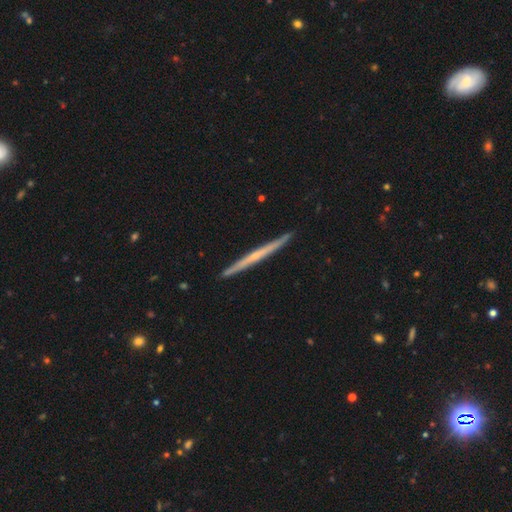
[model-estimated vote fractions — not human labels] Morphology: type=featured or disk (72%); edge-on=yes (98%); edge-on bulge=none (52%); merging=none (92%).